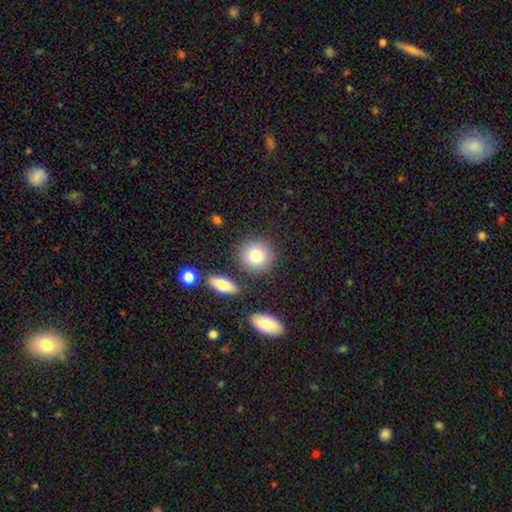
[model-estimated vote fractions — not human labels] Smooth or featured: smooth — 81% (featured or disk — 10%)
How rounded: round — 88% (in between — 11%)
Merging: none — 82% (minor disturbance — 8%)